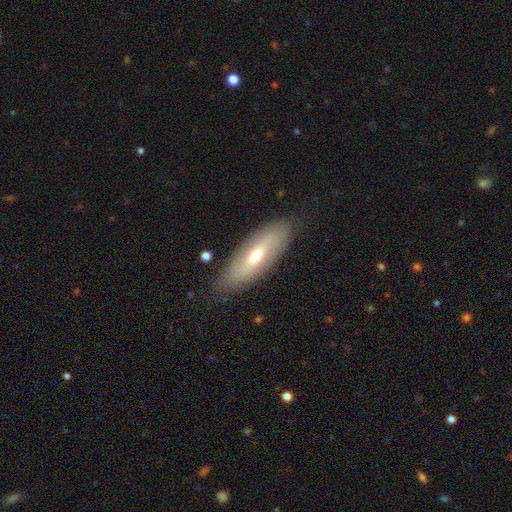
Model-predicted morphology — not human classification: Q: Smooth or featured?
A: smooth (49%); runner-up: featured or disk (43%)
Q: Merging?
A: none (83%); runner-up: minor disturbance (13%)